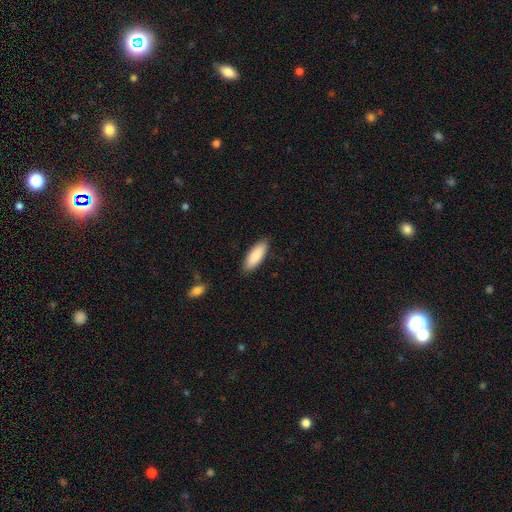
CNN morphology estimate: Smooth or featured: smooth — 88% (featured or disk — 6%)
How rounded: in between — 69% (cigar-shaped — 30%)
Merging: none — 87% (minor disturbance — 10%)